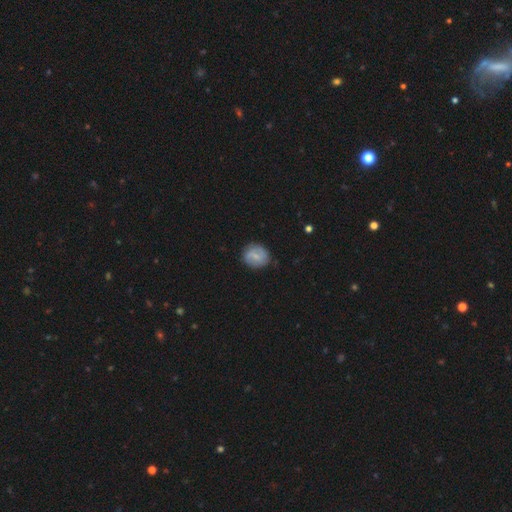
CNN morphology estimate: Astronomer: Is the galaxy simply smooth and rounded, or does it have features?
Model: smooth — 50% (runner-up: featured or disk, 43%).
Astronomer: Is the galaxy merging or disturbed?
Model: none — 79%.